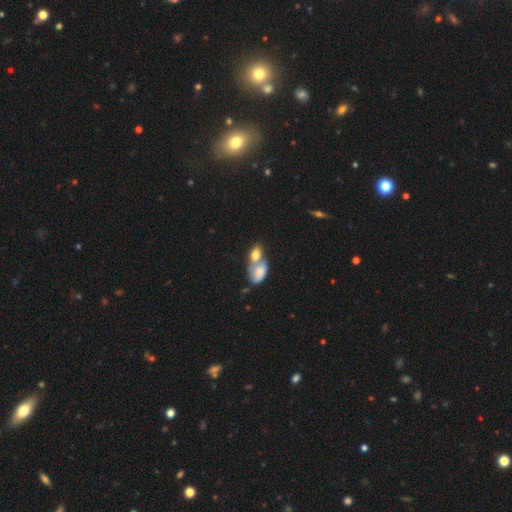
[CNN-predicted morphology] Smooth or featured? Predicted: smooth (p=0.74). How rounded? Predicted: in between (p=0.82). Merging? Predicted: merger (p=0.70).